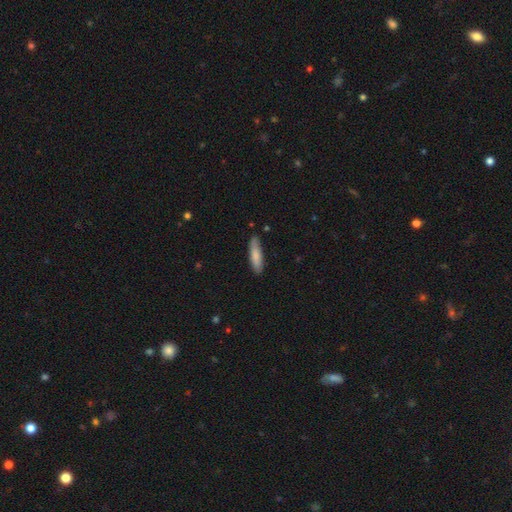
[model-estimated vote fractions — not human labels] smooth-or-featured: smooth: 80% | featured or disk: 15% | star or artifact: 5%
  how-rounded: cigar-shaped: 70% | in between: 28% | round: 1%
  merging: none: 79% | minor disturbance: 16% | major disturbance: 3% | merger: 2%